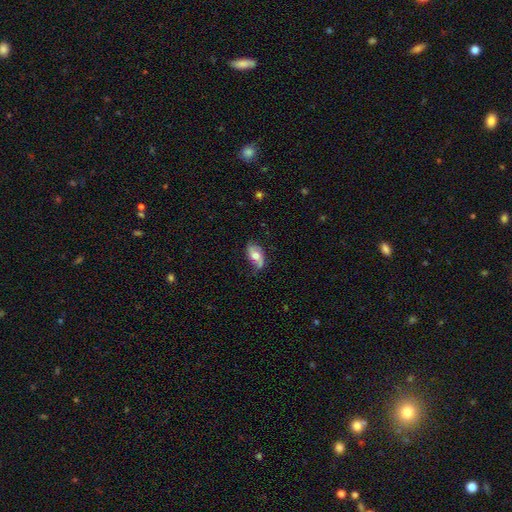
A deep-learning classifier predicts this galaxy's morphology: Smooth or featured? Predicted: featured or disk (p=0.58). Edge-on disk? Predicted: no (p=0.92). Bar? Predicted: no (p=0.65). Spiral arms? Predicted: yes (p=0.83). Bulge size? Predicted: moderate (p=0.70). Merging? Predicted: none (p=0.61).